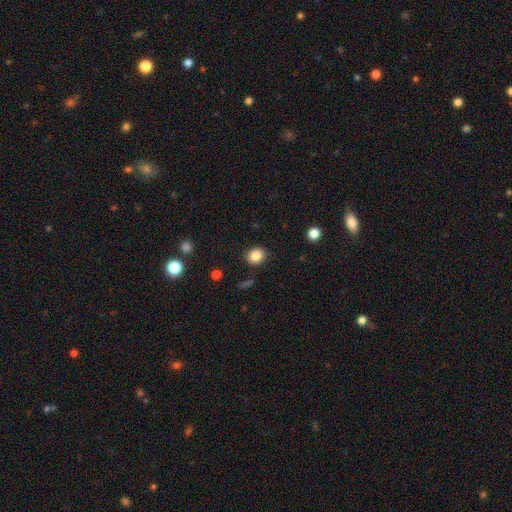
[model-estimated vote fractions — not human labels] Smooth or featured? Predicted: smooth (p=0.85). How rounded? Predicted: round (p=0.68). Merging? Predicted: none (p=0.87).